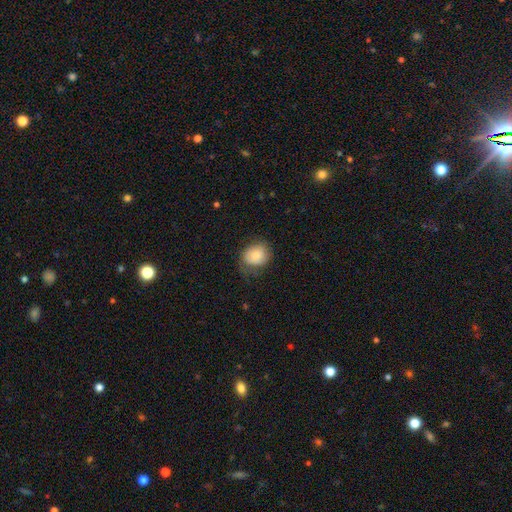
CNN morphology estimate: This is clearly a smooth galaxy (81%). How rounded: possibly round (59%). Merging: likely none (62%).